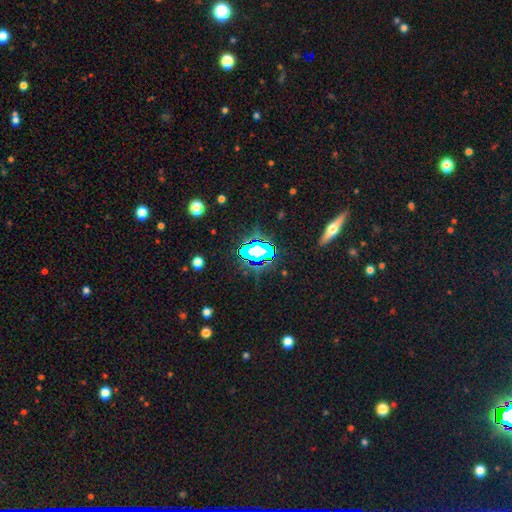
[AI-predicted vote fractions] Smooth or featured? Predicted: star or artifact (p=0.66).